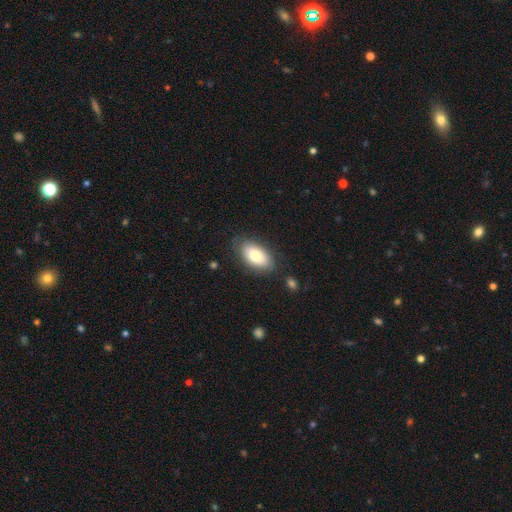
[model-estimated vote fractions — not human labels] Smooth or featured? smooth (78%)
How rounded? in between (93%)
Merging? none (79%)